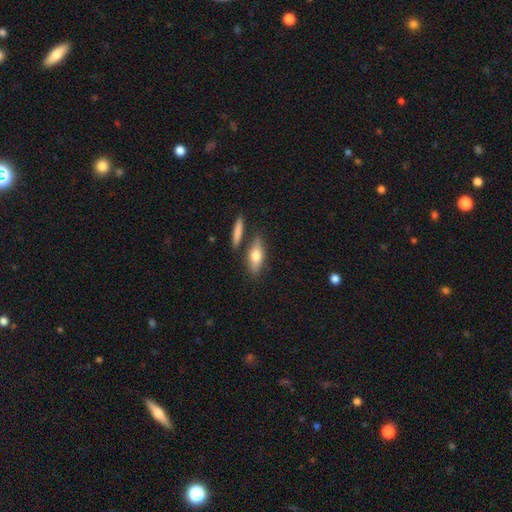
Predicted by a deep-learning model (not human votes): This is likely a smooth galaxy (63%). How rounded: possibly in between (56%). Merging: likely none (75%).